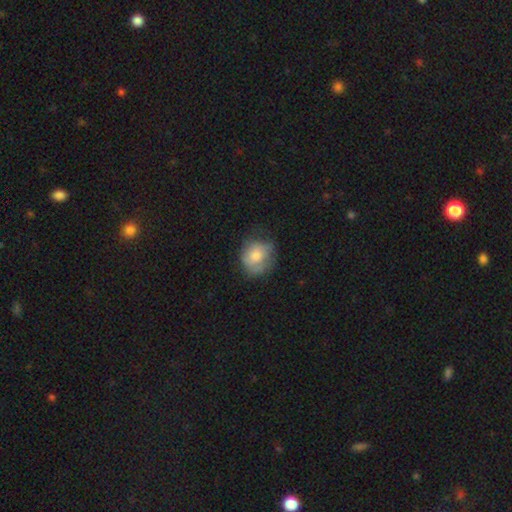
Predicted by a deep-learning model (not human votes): Smooth or featured?
  - smooth: 72% *
  - featured or disk: 20%
  - star or artifact: 8%
How rounded?
  - round: 73% *
  - in between: 26%
  - cigar-shaped: 1%
Merging?
  - none: 55% *
  - minor disturbance: 31%
  - major disturbance: 13%
  - merger: 2%